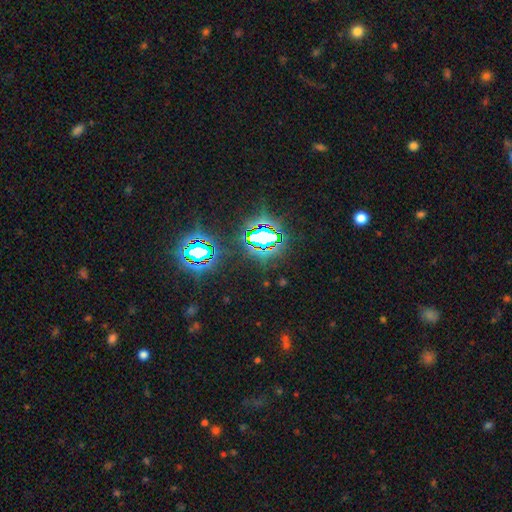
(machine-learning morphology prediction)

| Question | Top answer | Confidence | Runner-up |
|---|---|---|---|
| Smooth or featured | star or artifact | 82% | smooth (11%) |